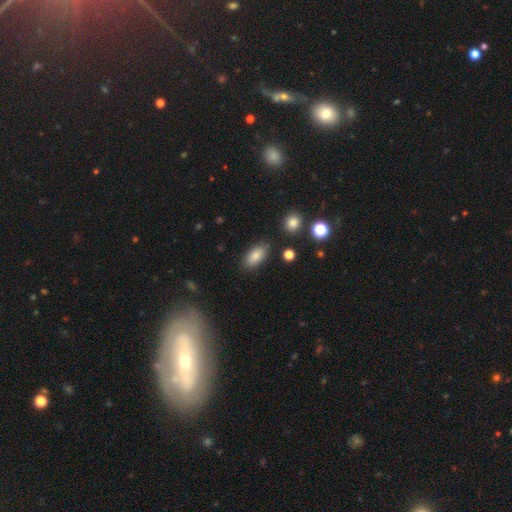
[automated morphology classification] smooth-or-featured: smooth: 82% | featured or disk: 9% | star or artifact: 9%
  how-rounded: in between: 90% | cigar-shaped: 5% | round: 5%
  merging: none: 83% | minor disturbance: 11% | major disturbance: 3% | merger: 3%